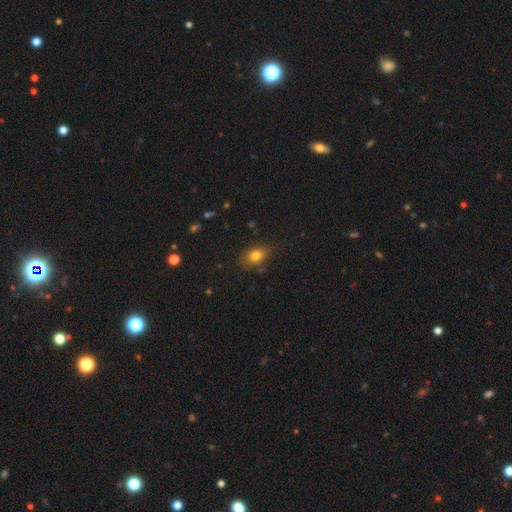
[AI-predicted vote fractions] A smooth galaxy with no disk features (79%) that is in between round and cigar-shaped (69%). Merging: none (76%).